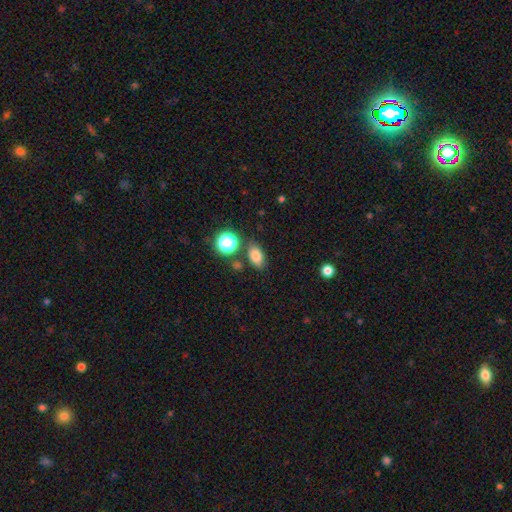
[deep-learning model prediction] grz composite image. It shows a smooth galaxy with no disk features (79%) that is in between round and cigar-shaped (84%). Merging: none (78%).